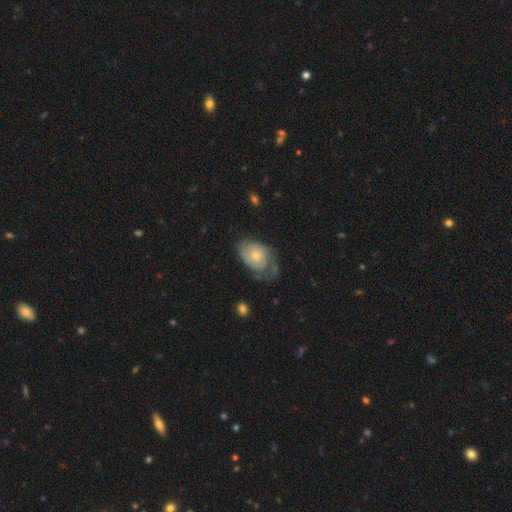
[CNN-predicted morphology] smooth_or_featured: featured or disk (p=0.59) [alt: smooth p=0.35]
disk_edge_on: no (p=0.96) [alt: yes p=0.04]
bar: no (p=0.82) [alt: weak p=0.15]
has_spiral_arms: yes (p=0.78) [alt: no p=0.22]
bulge_size: small (p=0.60) [alt: moderate p=0.35]
merging: none (p=0.36) [alt: major disturbance p=0.32]